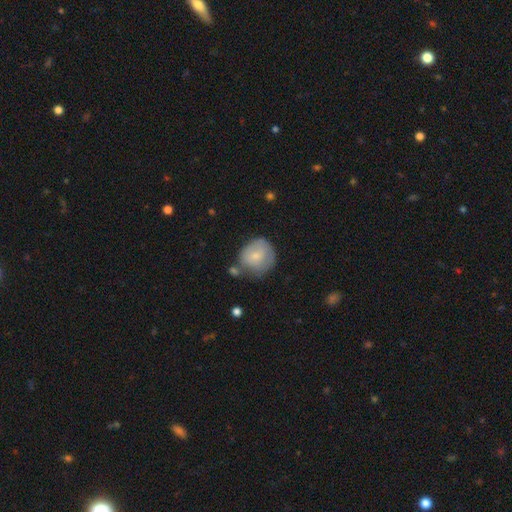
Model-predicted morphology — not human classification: Smooth or featured? smooth (69%)
How rounded? round (80%)
Merging? none (48%)